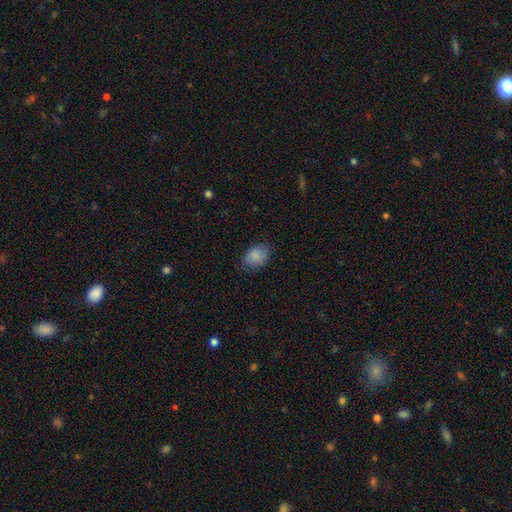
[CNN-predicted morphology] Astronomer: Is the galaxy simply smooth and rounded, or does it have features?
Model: smooth — 86%.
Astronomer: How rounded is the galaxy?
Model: in between — 75%.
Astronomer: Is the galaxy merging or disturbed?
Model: none — 76%.